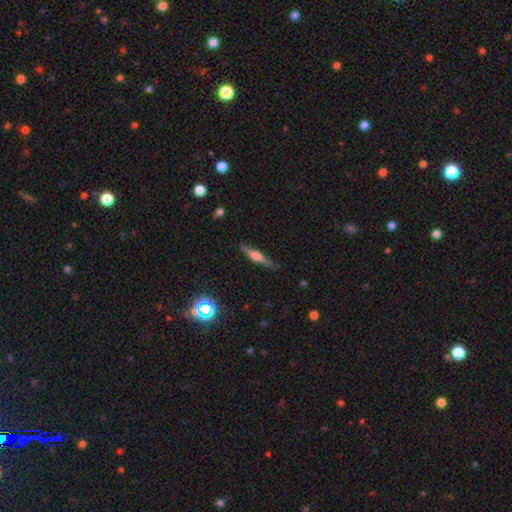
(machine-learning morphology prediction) Smooth or featured? Predicted: featured or disk (p=0.60). Edge-on disk? Predicted: yes (p=0.96). Edge-on bulge? Predicted: rounded (p=0.71). Merging? Predicted: none (p=0.84).